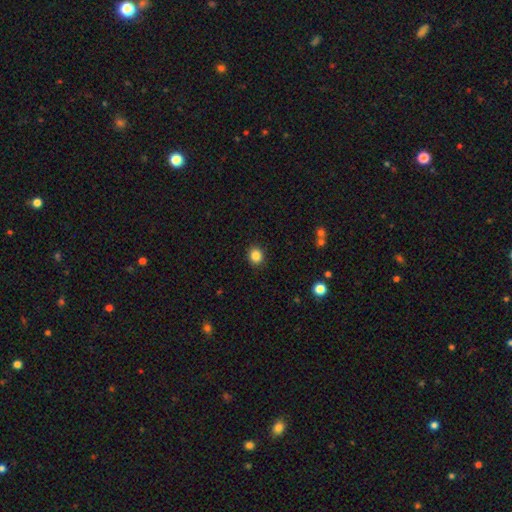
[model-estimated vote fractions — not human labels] Smooth or featured? Predicted: smooth (p=0.85). How rounded? Predicted: round (p=0.72). Merging? Predicted: none (p=0.91).